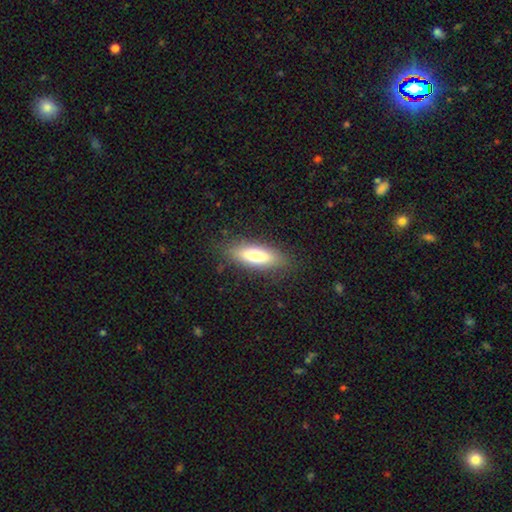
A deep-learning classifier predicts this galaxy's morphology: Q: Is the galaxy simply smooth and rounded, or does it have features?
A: smooth — 70%.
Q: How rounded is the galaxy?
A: in between — 61%.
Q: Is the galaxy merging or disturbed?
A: none — 83%.